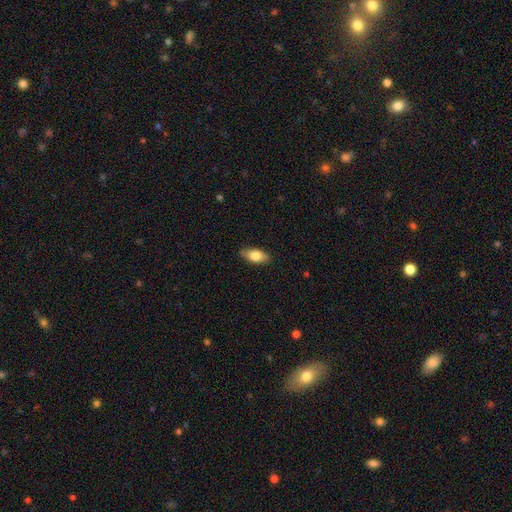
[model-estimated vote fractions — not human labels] Smooth or featured? smooth (80%)
How rounded? in between (88%)
Merging? none (84%)